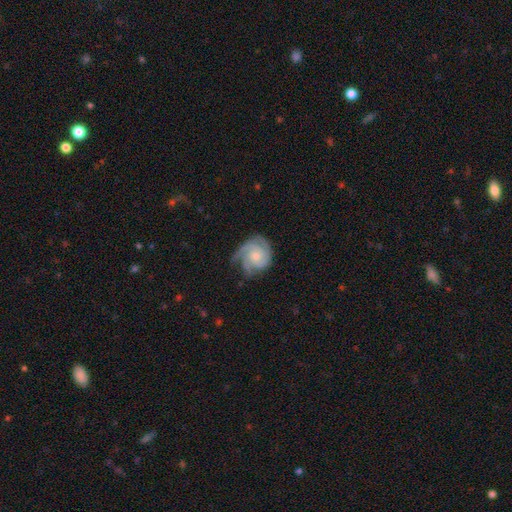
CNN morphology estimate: This is likely a featured or disk galaxy (79%). It is clearly not viewed edge-on (98%). Bar: likely no (74%). Spiral arm pattern: clearly yes (96%). Spiral arm count: marginally 3 (43%). Spiral winding: possibly tight (58%). Central bulge: marginally small (43%, tied with moderate). Merging: possibly none (59%).